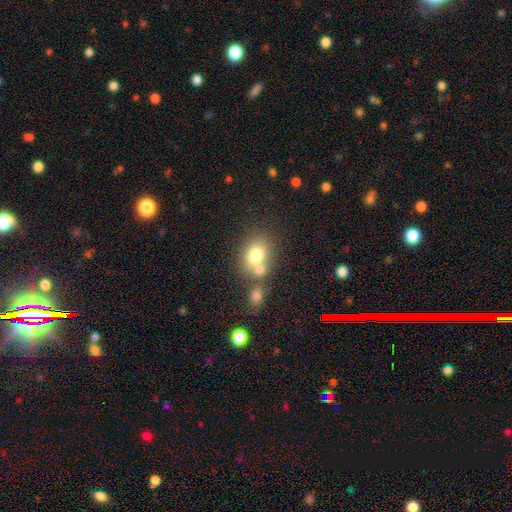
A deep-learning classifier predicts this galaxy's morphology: smooth 74%, featured or disk 16%, star or artifact 10%. Down the decision tree: how rounded — in between (55%); merging — merger (46%).